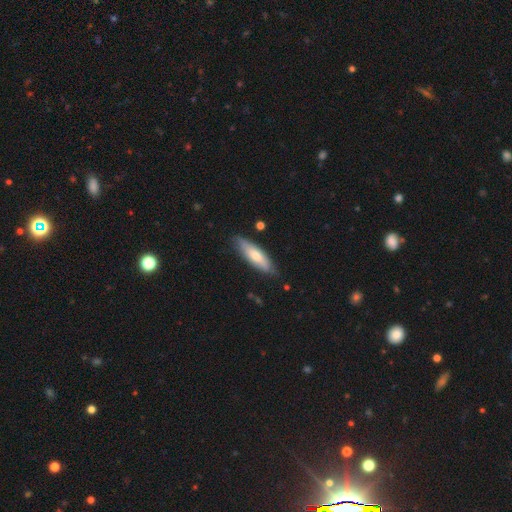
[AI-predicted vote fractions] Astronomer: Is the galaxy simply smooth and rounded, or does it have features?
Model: smooth — 63%.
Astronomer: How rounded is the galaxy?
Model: cigar-shaped — 53% (runner-up: in between, 45%).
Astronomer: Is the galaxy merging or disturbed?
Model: none — 79%.